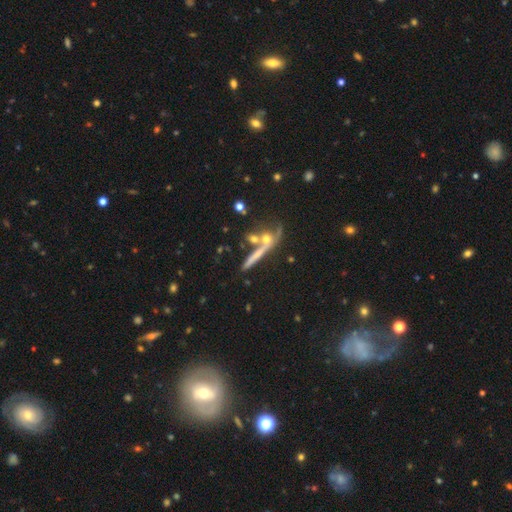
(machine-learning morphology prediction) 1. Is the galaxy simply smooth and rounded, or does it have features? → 46% featured or disk, 44% smooth, 11% star or artifact.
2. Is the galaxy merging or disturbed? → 52% none, 29% merger, 12% minor disturbance, 7% major disturbance.